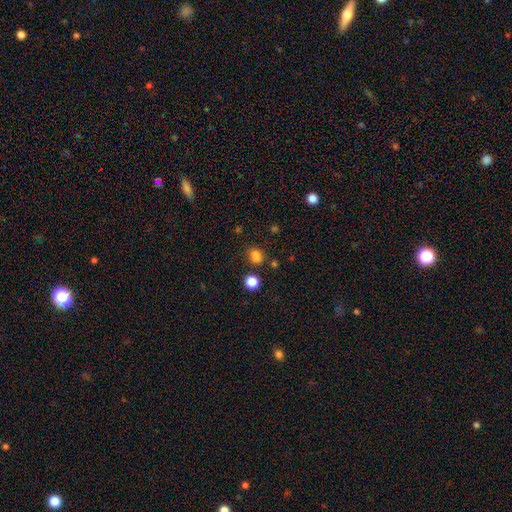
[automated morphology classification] This is likely a smooth galaxy (79%). How rounded: possibly round (57%). Merging: likely none (75%).